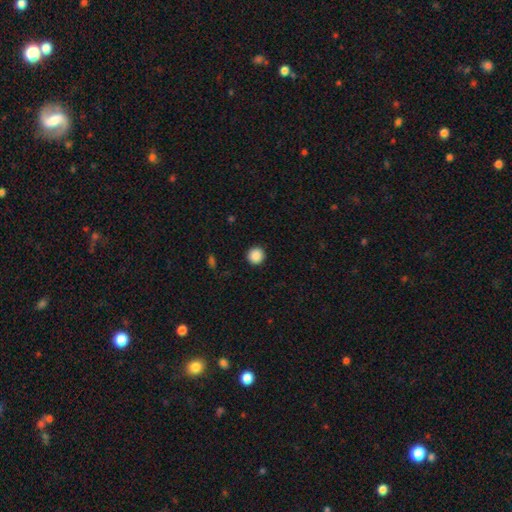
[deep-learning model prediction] smooth-or-featured: smooth: 89% | star or artifact: 9% | featured or disk: 3%
  how-rounded: round: 95% | in between: 4% | cigar-shaped: 1%
  merging: none: 92% | minor disturbance: 5% | major disturbance: 2% | merger: 1%